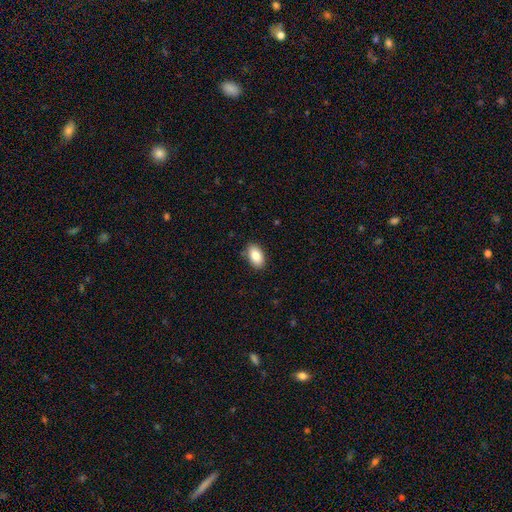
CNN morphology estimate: smooth 84%, featured or disk 9%, star or artifact 7%. Down the decision tree: how rounded — in between (92%); merging — none (87%).